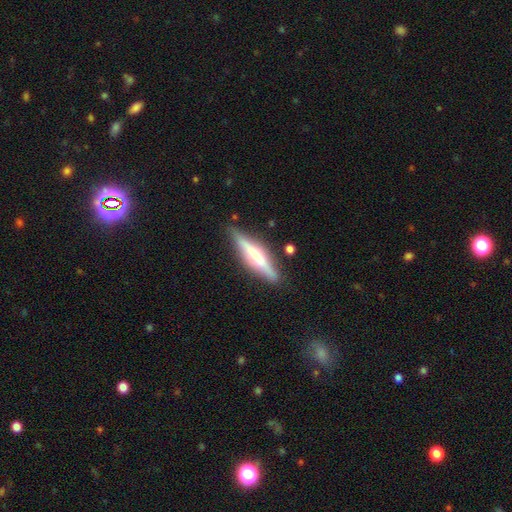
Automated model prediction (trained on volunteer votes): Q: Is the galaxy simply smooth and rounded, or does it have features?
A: featured or disk — 68%.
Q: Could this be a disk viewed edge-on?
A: yes — 95%.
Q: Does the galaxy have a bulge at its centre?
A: rounded — 82%.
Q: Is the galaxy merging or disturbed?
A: none — 86%.